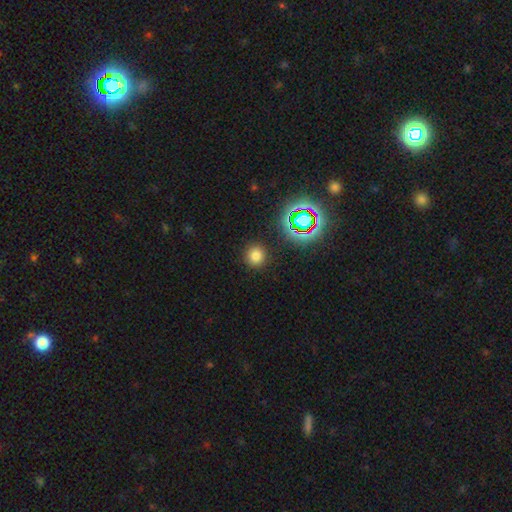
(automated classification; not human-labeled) The model was most divided on "smooth or featured": smooth: 75%, star or artifact: 20%, featured or disk: 6%. More confident: how rounded — round (91%); merging — none (90%).